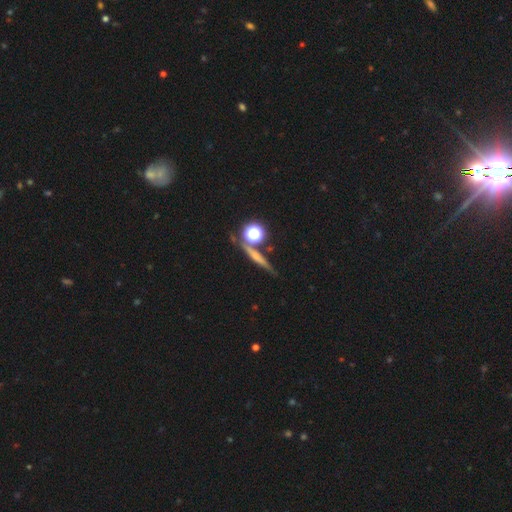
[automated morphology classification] Smooth or featured?
  - smooth: 43% *
  - featured or disk: 40%
  - star or artifact: 17%
Merging?
  - none: 77% *
  - minor disturbance: 11%
  - merger: 9%
  - major disturbance: 4%